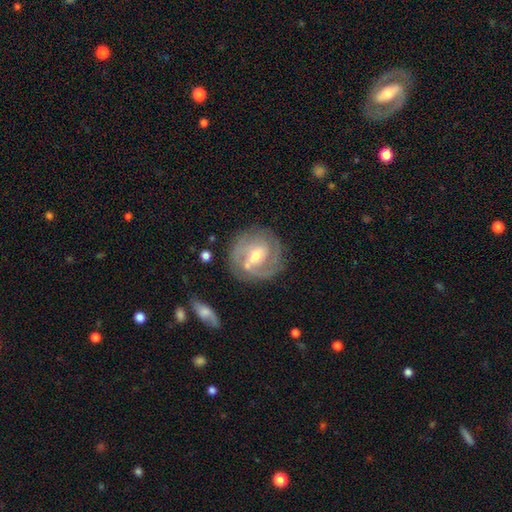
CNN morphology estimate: featured or disk 79%, smooth 15%, star or artifact 6%. Down the decision tree: edge-on disk — no (96%); bar — weak (47%); spiral arms — yes (90%); spiral arm count — 2 (52%); spiral winding — tight (53%); bulge size — moderate (61%); merging — none (75%).